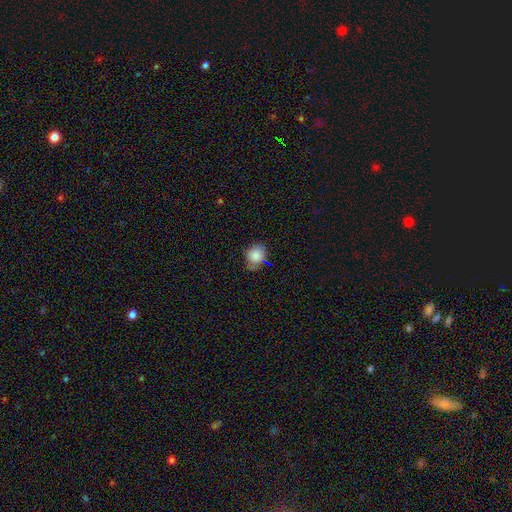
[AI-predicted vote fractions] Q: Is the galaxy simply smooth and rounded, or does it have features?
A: smooth — 83%.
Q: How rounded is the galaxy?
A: round — 61%.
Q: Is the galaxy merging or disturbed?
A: none — 63%.